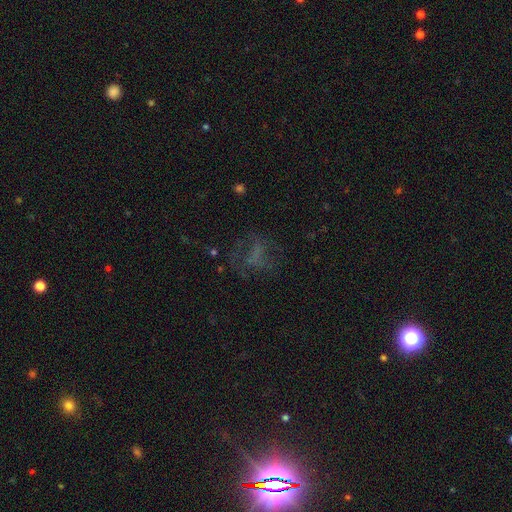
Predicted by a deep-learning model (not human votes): A featured or disk galaxy (40%). Merging: none (50%).